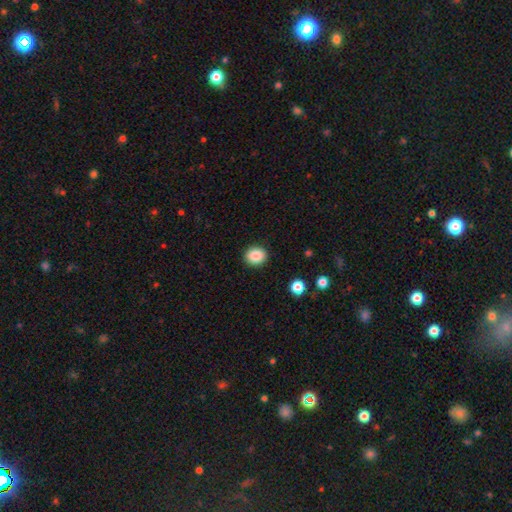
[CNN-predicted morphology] This is clearly a smooth galaxy (87%). How rounded: likely round (77%). Merging: clearly none (91%).